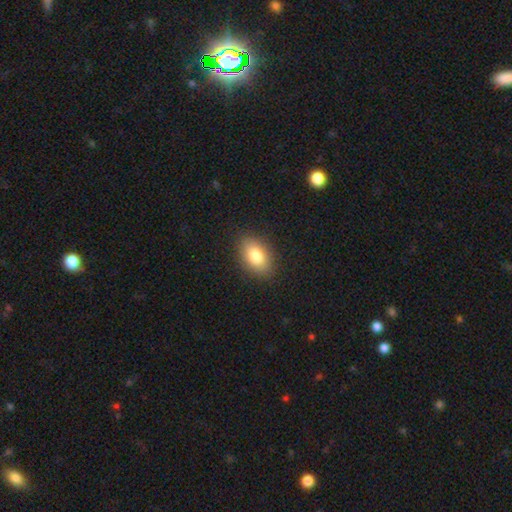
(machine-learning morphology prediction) The model was most divided on "smooth or featured": smooth: 82%, featured or disk: 10%, star or artifact: 8%. More confident: how rounded — in between (89%); merging — none (88%).